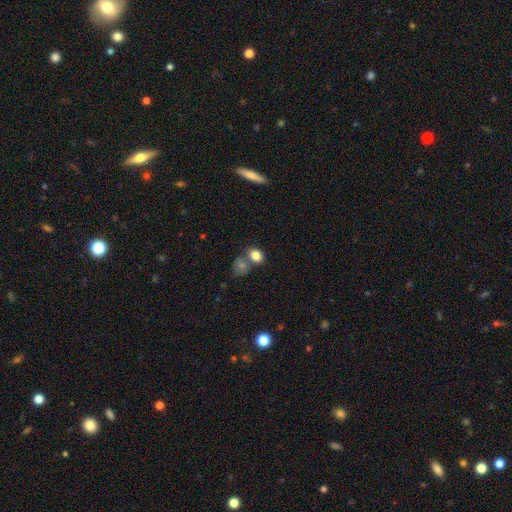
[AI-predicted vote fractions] A smooth galaxy with no disk features (82%) that is in between round and cigar-shaped (51%).

Vote fractions:
- Smooth or featured? smooth: 82% / star or artifact: 10% / featured or disk: 7%
- How rounded? in between: 51% / round: 48% / cigar-shaped: 1%
- Merging? none: 51% / merger: 32% / minor disturbance: 12% / major disturbance: 5%